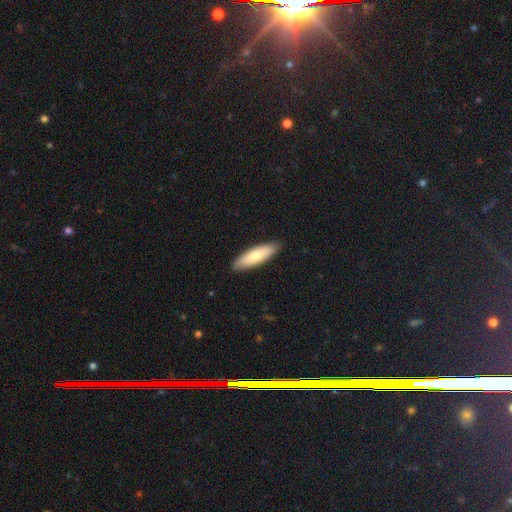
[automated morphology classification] smooth_or_featured: smooth (p=0.77) [alt: featured or disk p=0.18]
how_rounded: cigar-shaped (p=0.59) [alt: in between p=0.39]
merging: none (p=0.89) [alt: minor disturbance p=0.08]